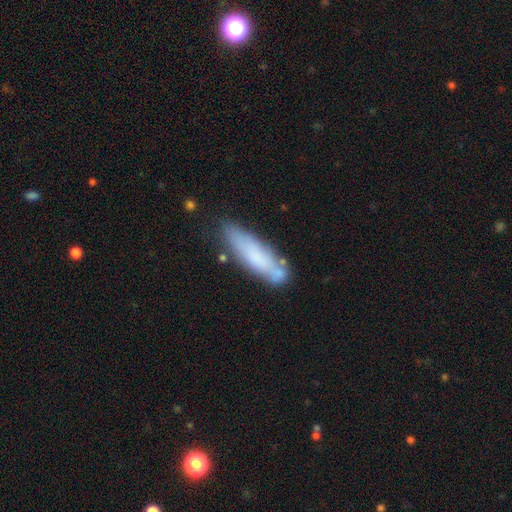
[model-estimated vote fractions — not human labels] Smooth or featured? smooth (67%)
How rounded? cigar-shaped (67%)
Merging? none (65%)